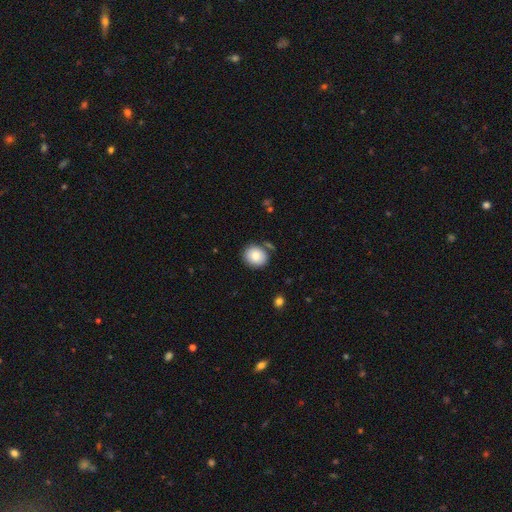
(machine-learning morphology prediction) Smooth or featured: smooth — 83% (featured or disk — 9%)
How rounded: round — 73% (in between — 26%)
Merging: none — 79% (minor disturbance — 12%)